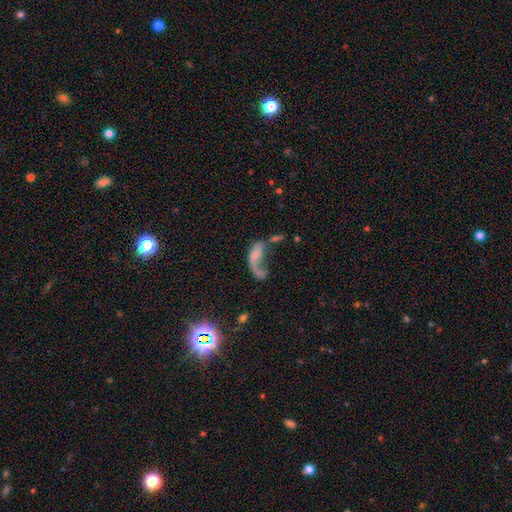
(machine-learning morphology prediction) This is possibly a featured or disk galaxy (51%). It is clearly not viewed edge-on (93%). Merging: marginally major disturbance (45%).